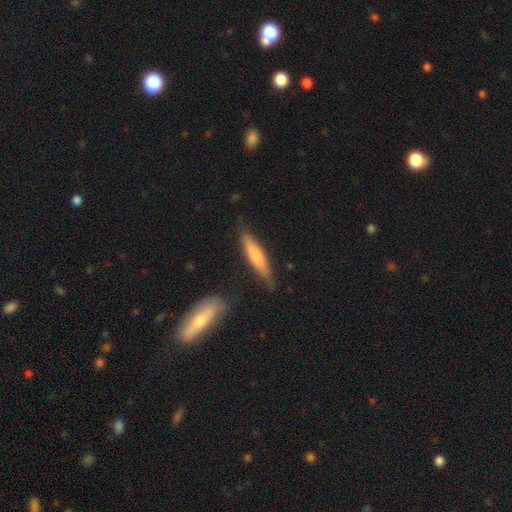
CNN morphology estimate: The model was most divided on "smooth or featured": smooth: 64%, featured or disk: 31%, star or artifact: 5%. More confident: how rounded — cigar-shaped (86%); merging — none (77%).